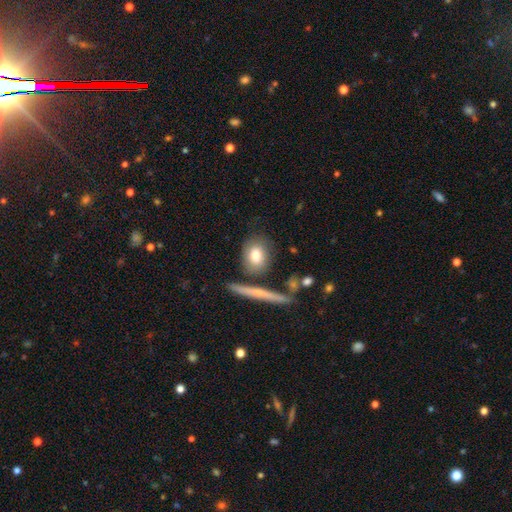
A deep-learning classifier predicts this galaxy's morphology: smooth 78%, featured or disk 15%, star or artifact 7%. Down the decision tree: how rounded — in between (55%); merging — none (71%).